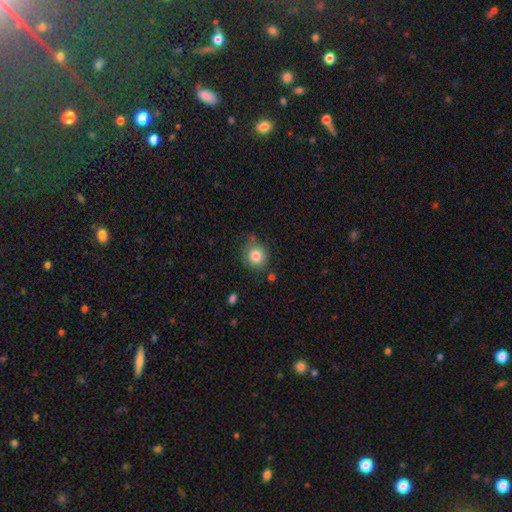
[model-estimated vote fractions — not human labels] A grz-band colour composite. It shows a smooth galaxy with no disk features (82%) that is round (82%). Merging: none (74%).